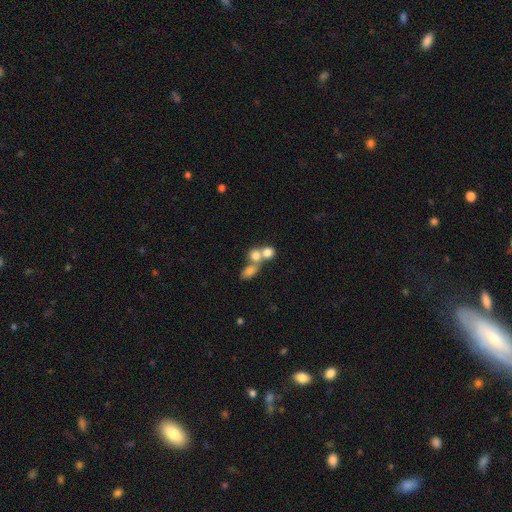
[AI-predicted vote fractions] Q: Smooth or featured?
A: smooth (75%); runner-up: featured or disk (14%)
Q: How rounded?
A: round (59%); runner-up: in between (39%)
Q: Merging?
A: merger (61%); runner-up: none (28%)